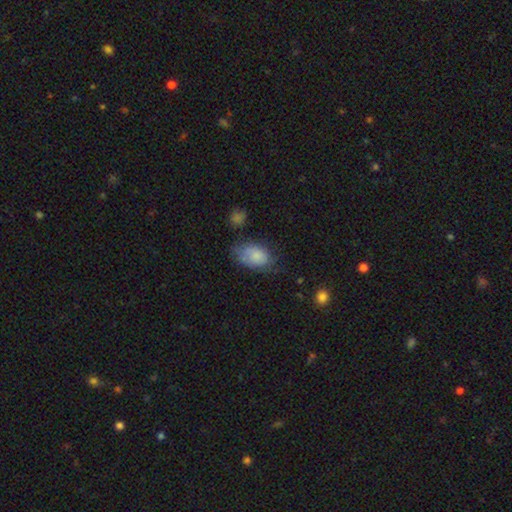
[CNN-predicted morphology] Smooth or featured? smooth (78%)
How rounded? in between (88%)
Merging? none (49%)